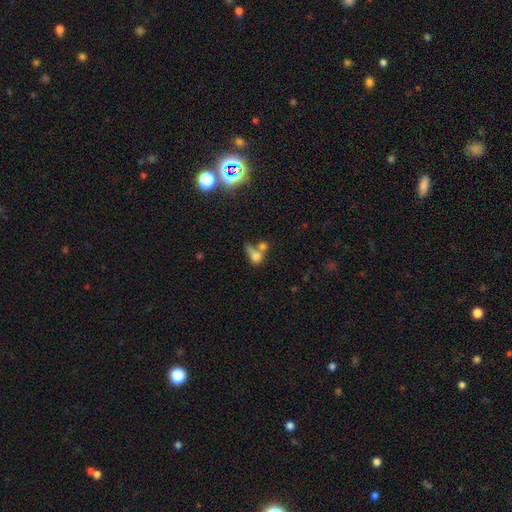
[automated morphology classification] This appears to be a smooth galaxy with no disk features (71%) that is in between round and cigar-shaped (52%). Merging: merger (52%).